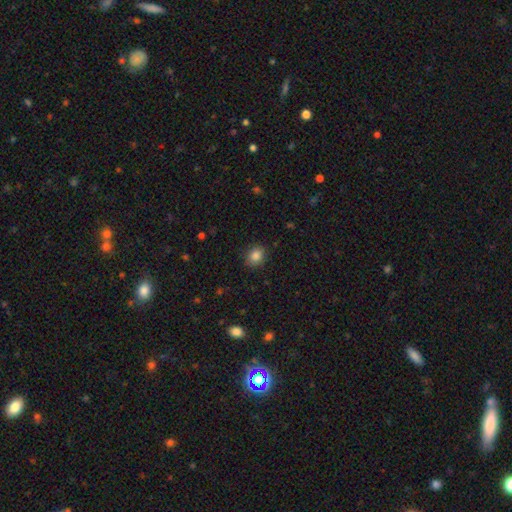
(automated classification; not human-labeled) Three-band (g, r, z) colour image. It shows a smooth galaxy with no disk features (85%) that is round (69%). Merging: none (88%).